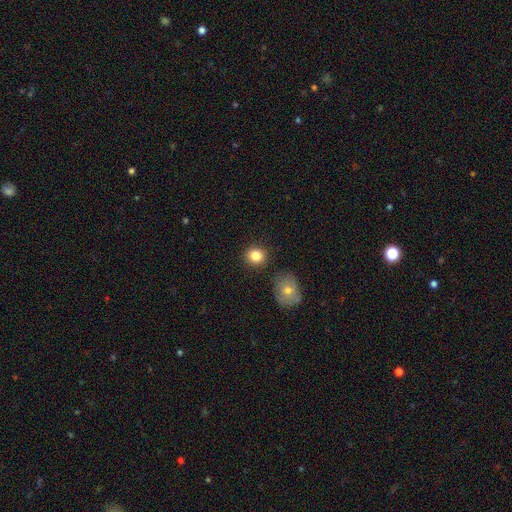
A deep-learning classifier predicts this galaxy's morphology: smooth-or-featured: smooth: 84% | star or artifact: 10% | featured or disk: 6%
  how-rounded: round: 85% | in between: 14% | cigar-shaped: 1%
  merging: none: 86% | minor disturbance: 8% | merger: 4% | major disturbance: 3%